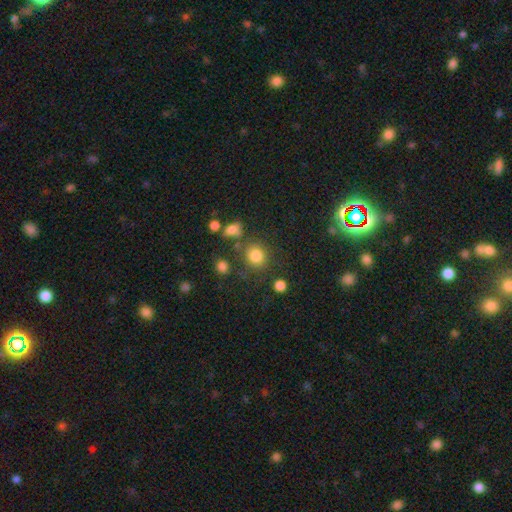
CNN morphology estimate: type=smooth (81%); roundness=round (82%); merging=none (76%).